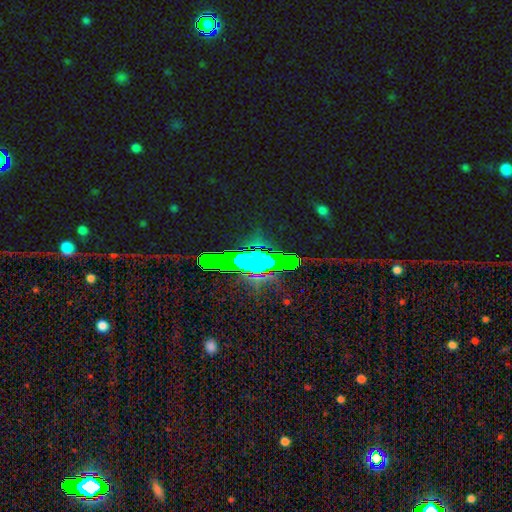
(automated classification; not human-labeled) The model was most divided on "smooth or featured": star or artifact: 75%, smooth: 14%, featured or disk: 12%.